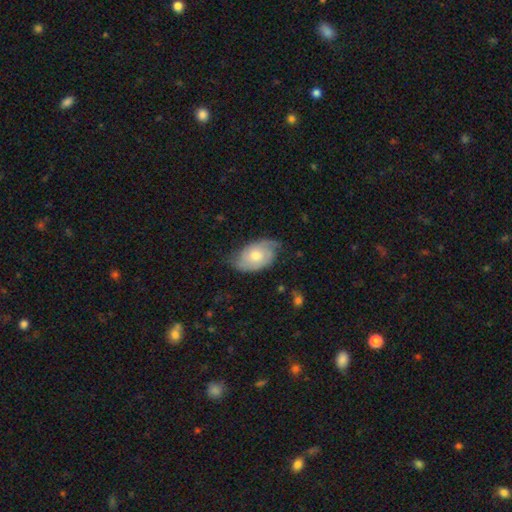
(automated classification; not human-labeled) featured or disk 57%, smooth 37%, star or artifact 6%. Down the decision tree: edge-on disk — no (94%); bar — no (76%); spiral arms — yes (83%); bulge size — moderate (69%); merging — none (59%).